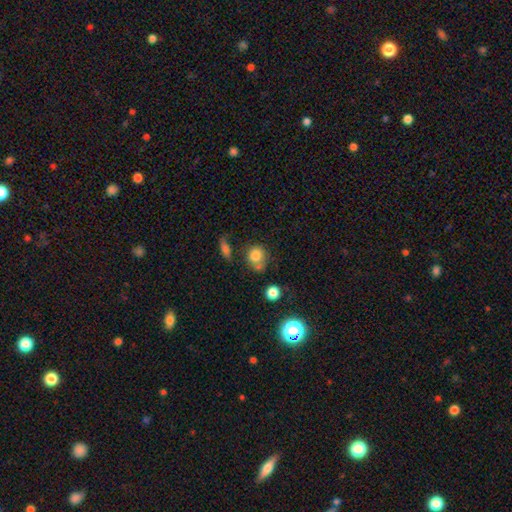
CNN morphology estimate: smooth 80%, star or artifact 11%, featured or disk 9%. Down the decision tree: how rounded — round (78%); merging — none (53%).